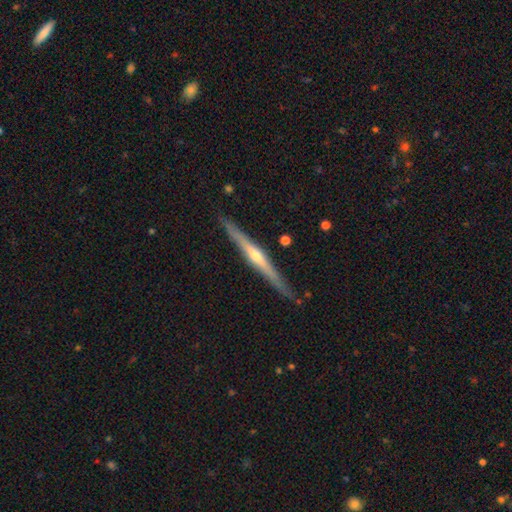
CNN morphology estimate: Smooth or featured: featured or disk — 78% (smooth — 17%)
Edge-on disk: yes — 98% (no — 2%)
Edge-on bulge: rounded — 80% (none — 16%)
Merging: none — 89% (minor disturbance — 8%)